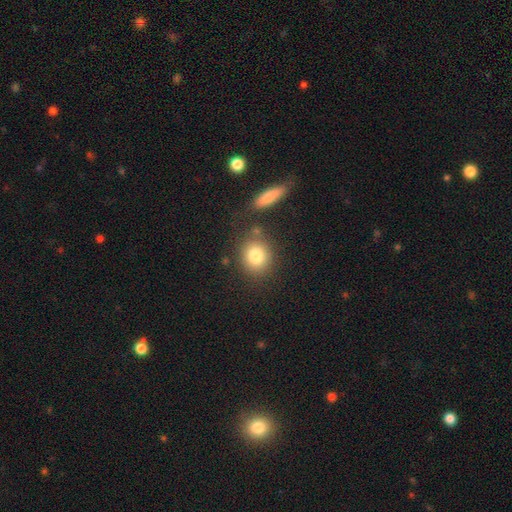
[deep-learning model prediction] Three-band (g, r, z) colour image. It shows a smooth galaxy with no disk features (82%) that is round (67%). Merging: none (74%).